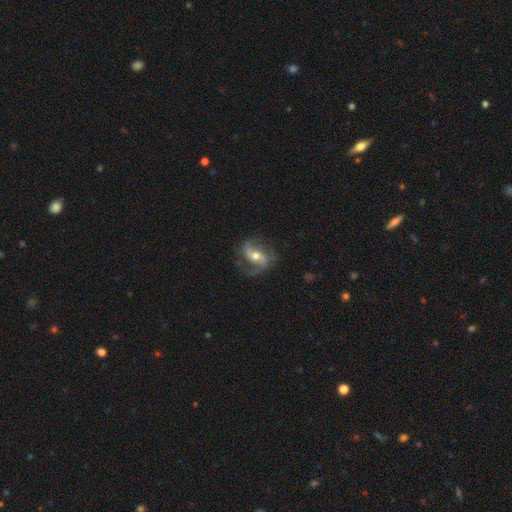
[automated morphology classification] featured or disk 81%, smooth 13%, star or artifact 6%. Down the decision tree: edge-on disk — no (96%); bar — weak (37%); spiral arms — yes (93%); spiral arm count — 2 (85%); spiral winding — loose (43%, tied with medium); bulge size — moderate (70%); merging — none (68%).